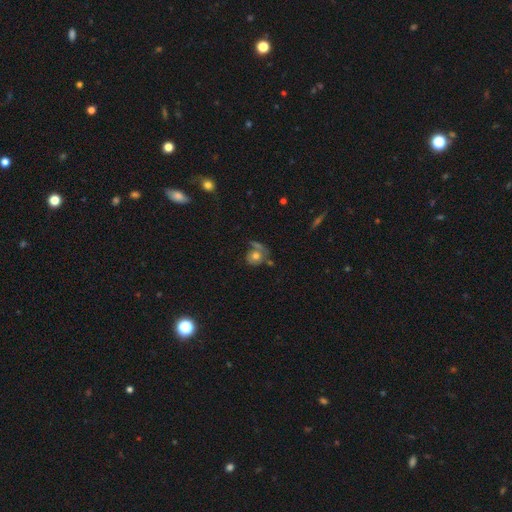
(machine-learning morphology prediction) Q: Smooth or featured?
A: smooth (56%); runner-up: featured or disk (33%)
Q: How rounded?
A: round (73%); runner-up: in between (25%)
Q: Merging?
A: none (43%); runner-up: minor disturbance (19%)